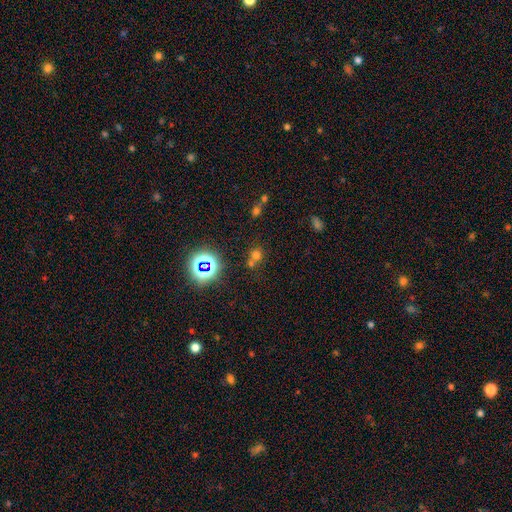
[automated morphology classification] Smooth or featured?
  - smooth: 55% *
  - star or artifact: 35%
  - featured or disk: 10%
How rounded?
  - round: 82% *
  - in between: 17%
  - cigar-shaped: 1%
Merging?
  - none: 49% *
  - merger: 39%
  - minor disturbance: 8%
  - major disturbance: 4%